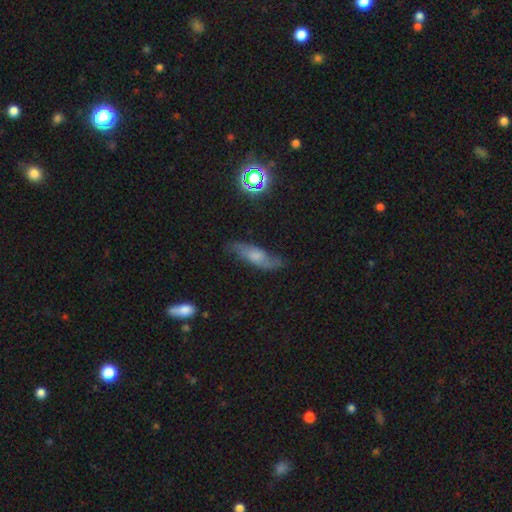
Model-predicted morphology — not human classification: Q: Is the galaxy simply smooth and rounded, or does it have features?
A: featured or disk — 48%.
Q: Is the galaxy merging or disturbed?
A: none — 69%.